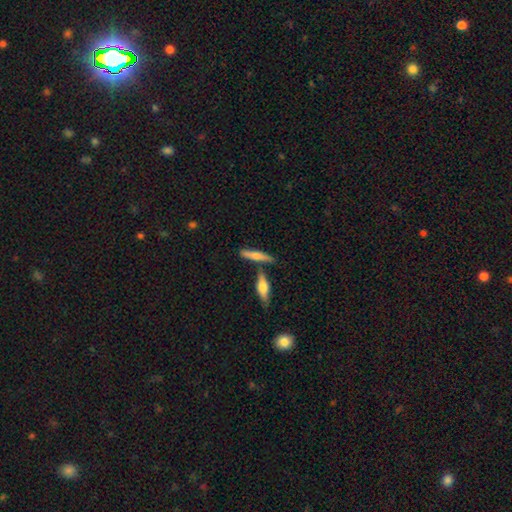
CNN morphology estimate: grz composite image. It shows a smooth galaxy with no disk features (53%) that is cigar-shaped (79%). Merging: none (67%).